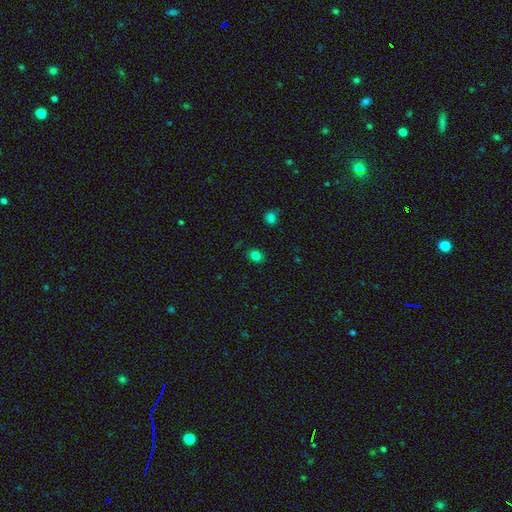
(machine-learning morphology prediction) Smooth or featured: smooth — 81% (star or artifact — 14%)
How rounded: in between — 51% (round — 48%)
Merging: none — 86% (minor disturbance — 11%)